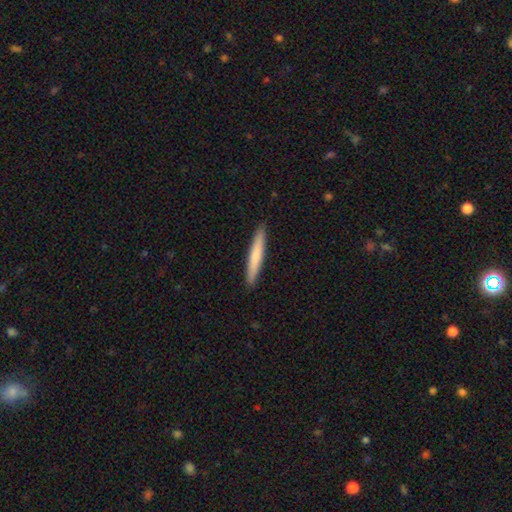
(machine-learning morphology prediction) A smooth galaxy with no disk features (73%) that is cigar-shaped (95%).

Vote fractions:
- Smooth or featured? smooth: 73% / featured or disk: 22% / star or artifact: 5%
- How rounded? cigar-shaped: 95% / in between: 4% / round: 1%
- Merging? none: 92% / minor disturbance: 6% / major disturbance: 1% / merger: 1%